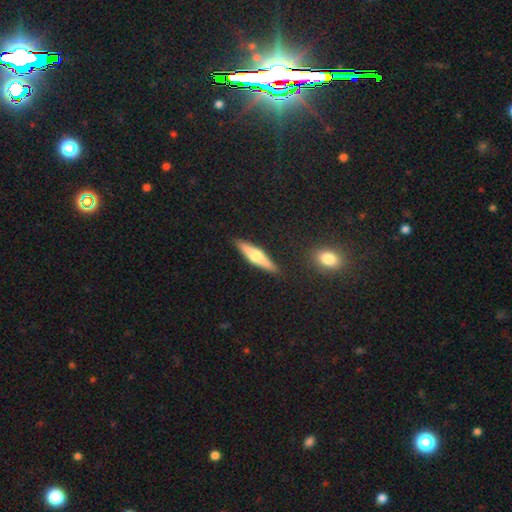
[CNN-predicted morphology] Smooth or featured: featured or disk — 53% (smooth — 41%)
Edge-on disk: yes — 94% (no — 6%)
Edge-on bulge: rounded — 89% (boxy — 7%)
Merging: none — 89% (minor disturbance — 8%)